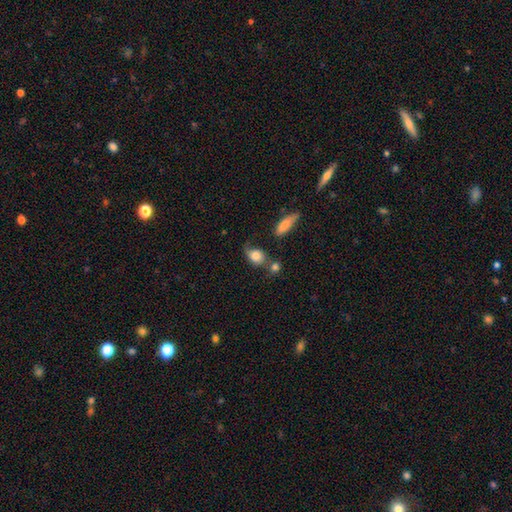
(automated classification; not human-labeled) Q: Smooth or featured?
A: smooth (73%); runner-up: featured or disk (19%)
Q: How rounded?
A: in between (55%); runner-up: round (41%)
Q: Merging?
A: none (39%); runner-up: minor disturbance (25%)